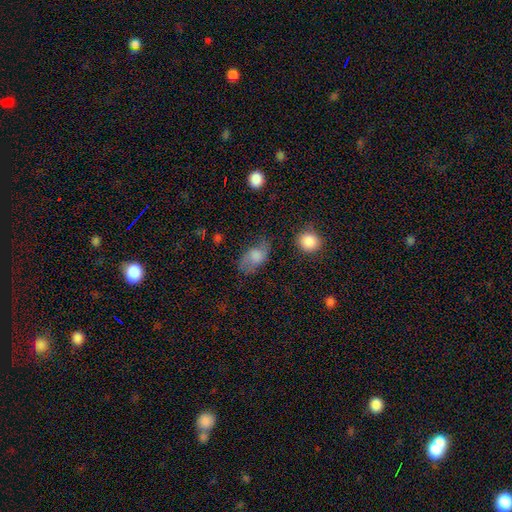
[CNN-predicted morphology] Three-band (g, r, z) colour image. It shows a smooth galaxy with no disk features (64%) that is in between round and cigar-shaped (86%). Merging: none (56%).